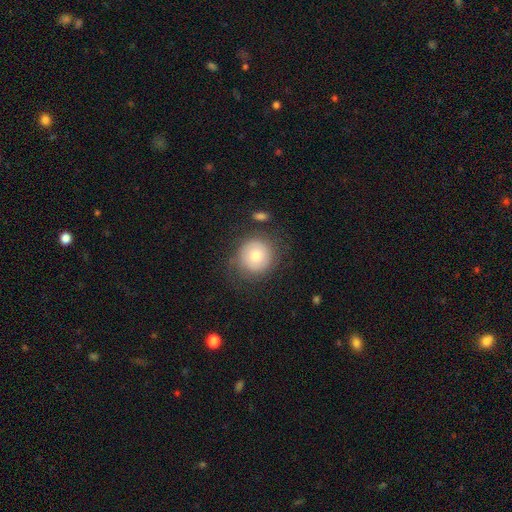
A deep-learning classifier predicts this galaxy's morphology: smooth-or-featured: smooth: 62% | featured or disk: 30% | star or artifact: 8%
  how-rounded: round: 88% | in between: 11% | cigar-shaped: 1%
  merging: none: 70% | minor disturbance: 18% | major disturbance: 9% | merger: 3%